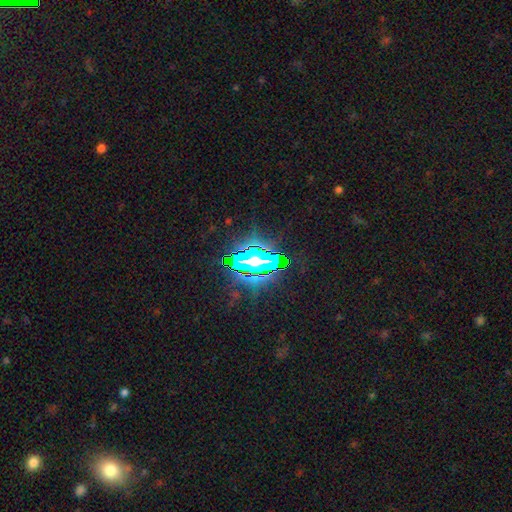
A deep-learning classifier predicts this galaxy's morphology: Smooth or featured? Predicted: star or artifact (p=0.74).